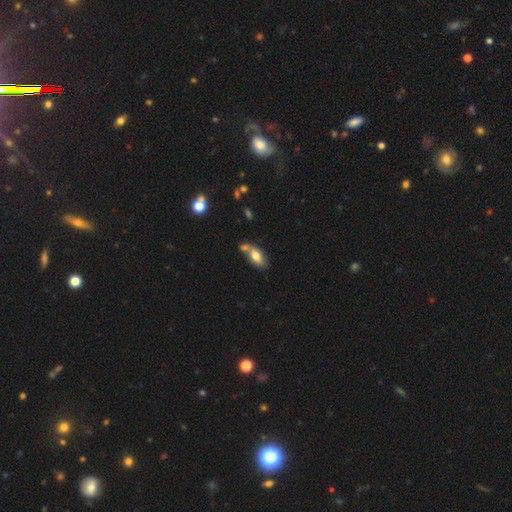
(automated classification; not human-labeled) The model was most divided on "merging": none: 45%, merger: 36%, minor disturbance: 15%, major disturbance: 4%. More confident: how rounded — in between (88%); smooth or featured — smooth (73%).